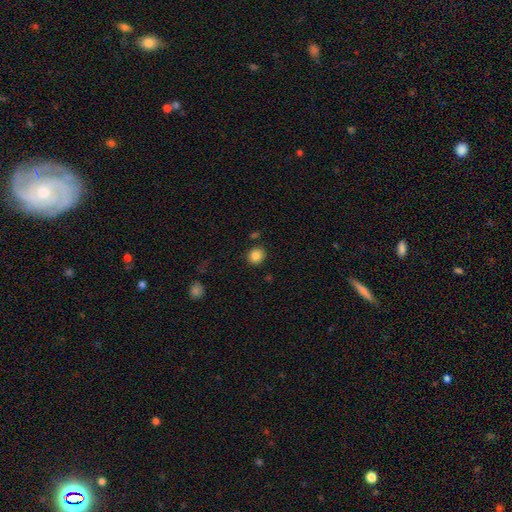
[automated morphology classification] This is clearly a smooth galaxy (85%). How rounded: clearly round (80%). Merging: clearly none (86%).